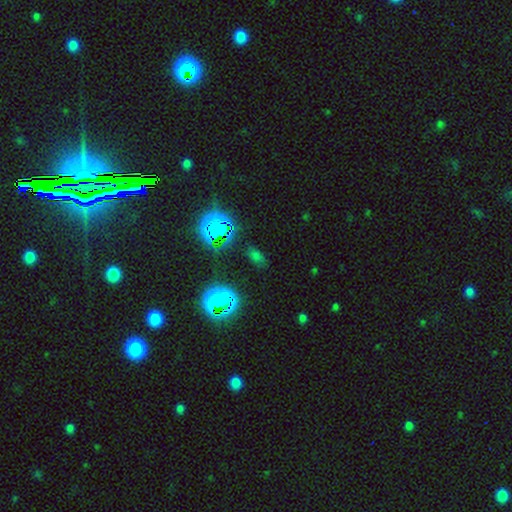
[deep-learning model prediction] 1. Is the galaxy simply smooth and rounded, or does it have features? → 46% star or artifact, 44% smooth, 9% featured or disk.